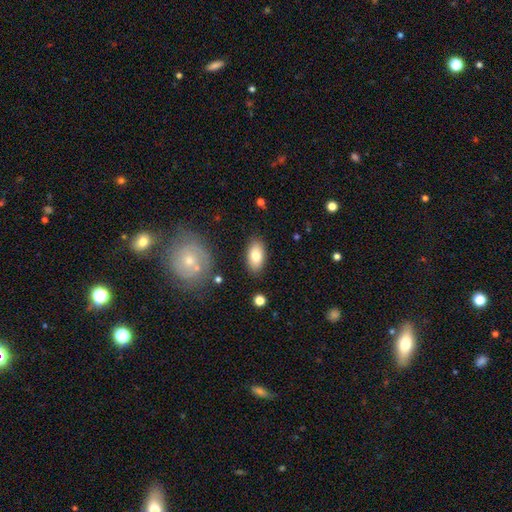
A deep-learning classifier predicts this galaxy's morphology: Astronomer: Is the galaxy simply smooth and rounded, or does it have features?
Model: smooth — 79%.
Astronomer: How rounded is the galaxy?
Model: in between — 93%.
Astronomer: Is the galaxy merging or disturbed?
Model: none — 84%.